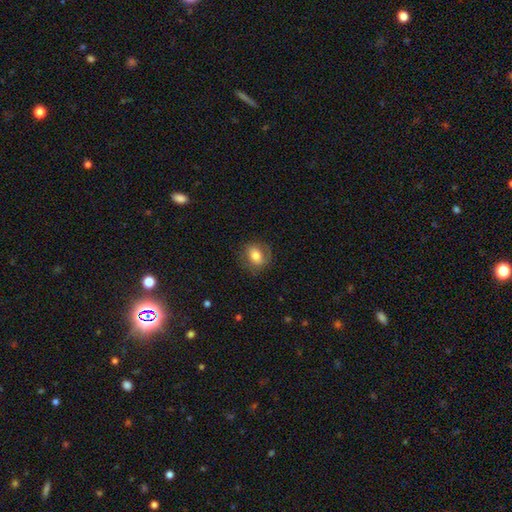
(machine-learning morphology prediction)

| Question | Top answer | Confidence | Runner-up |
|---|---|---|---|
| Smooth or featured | smooth | 69% | featured or disk (23%) |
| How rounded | in between | 57% | round (41%) |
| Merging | none | 74% | minor disturbance (17%) |